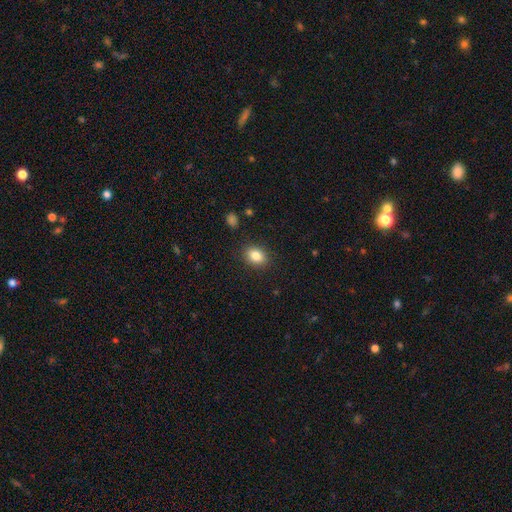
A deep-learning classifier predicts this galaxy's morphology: Smooth or featured: smooth — 84% (star or artifact — 9%)
How rounded: in between — 62% (round — 37%)
Merging: none — 88% (minor disturbance — 8%)